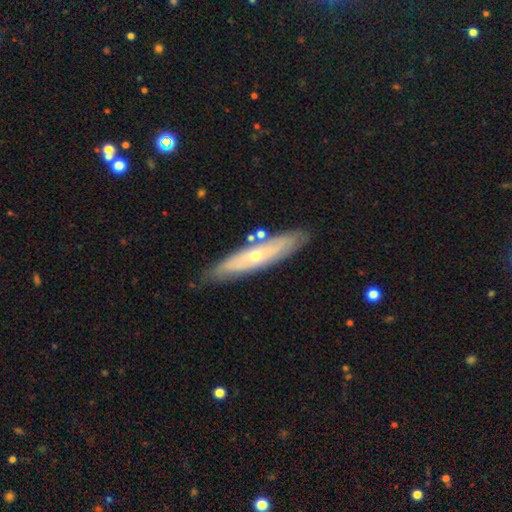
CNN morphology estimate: featured or disk 57%, smooth 37%, star or artifact 6%. Down the decision tree: edge-on disk — yes (52%); merging — none (80%).